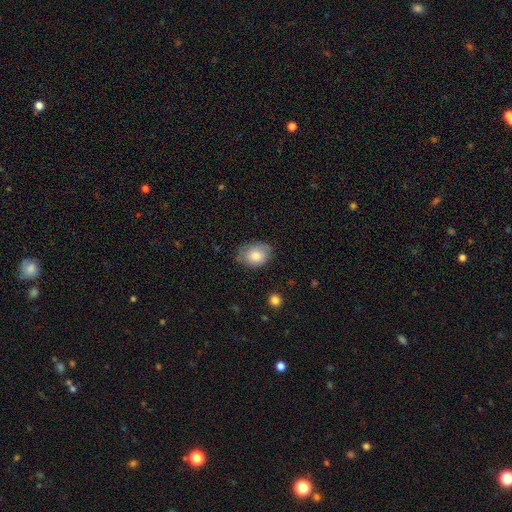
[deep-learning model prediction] Smooth or featured? Predicted: smooth (p=0.82). How rounded? Predicted: in between (p=0.71). Merging? Predicted: none (p=0.69).